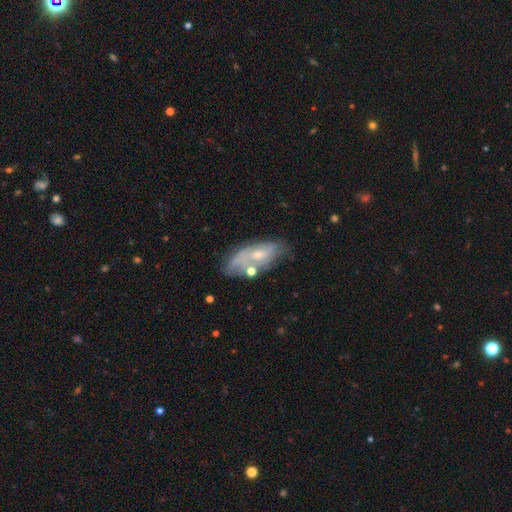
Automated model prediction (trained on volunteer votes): A featured or disk galaxy (53%).

Vote fractions:
- Smooth or featured? featured or disk: 53% / smooth: 37% / star or artifact: 9%
- Edge-on disk? no: 84% / yes: 16%
- Merging? none: 52% / minor disturbance: 25% / major disturbance: 12% / merger: 11%